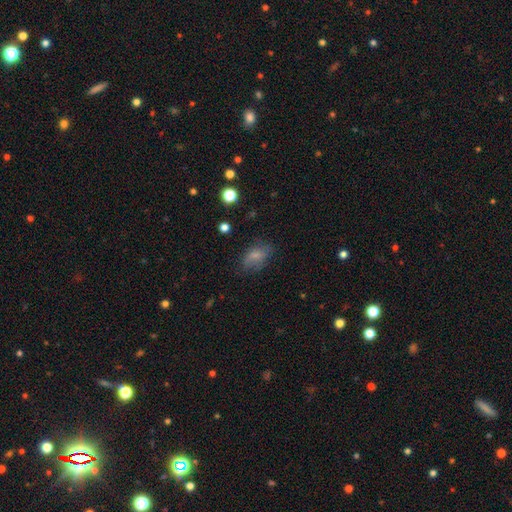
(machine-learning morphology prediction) Smooth or featured? smooth (70%)
How rounded? in between (86%)
Merging? none (61%)